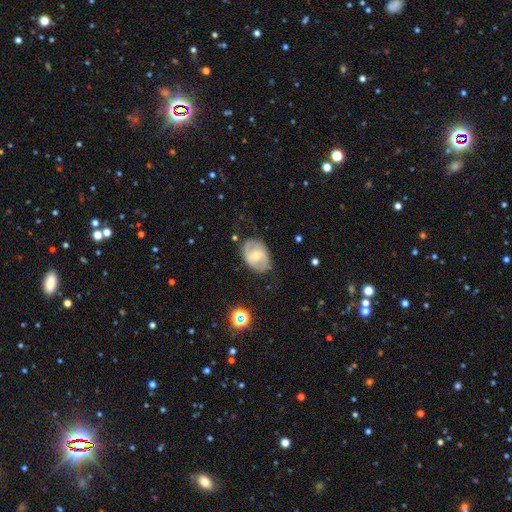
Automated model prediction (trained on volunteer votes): featured or disk 60%, smooth 33%, star or artifact 7%. Down the decision tree: edge-on disk — no (95%); bar — no (43%, tied with weak); spiral arms — yes (72%); bulge size — moderate (49%); merging — none (70%).